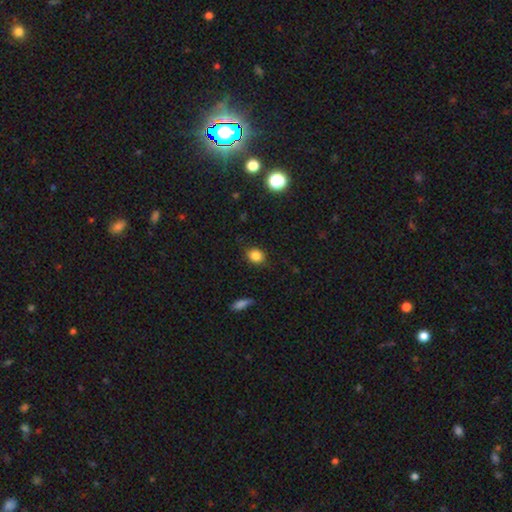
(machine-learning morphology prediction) A smooth galaxy with no disk features (84%) that is round (59%).

Vote fractions:
- Smooth or featured? smooth: 84% / star or artifact: 11% / featured or disk: 5%
- How rounded? round: 59% / in between: 40% / cigar-shaped: 1%
- Merging? none: 84% / minor disturbance: 12% / major disturbance: 3% / merger: 1%